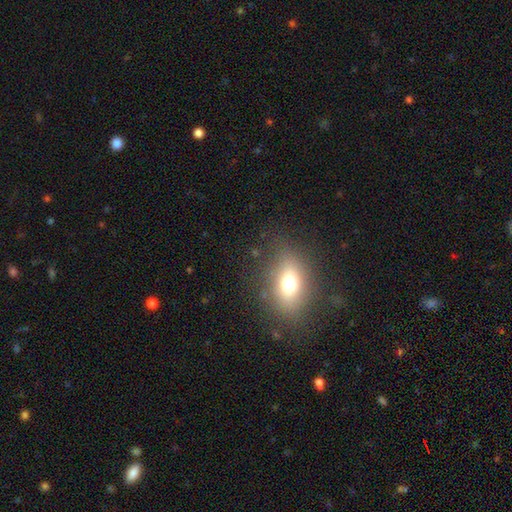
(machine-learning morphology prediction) smooth 65%, featured or disk 20%, star or artifact 15%. Down the decision tree: how rounded — in between (77%); merging — none (83%).